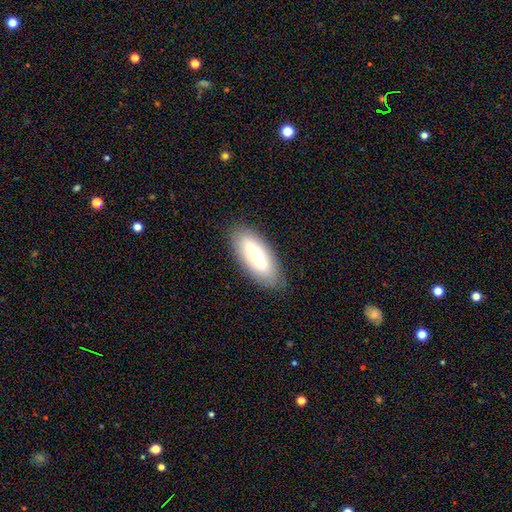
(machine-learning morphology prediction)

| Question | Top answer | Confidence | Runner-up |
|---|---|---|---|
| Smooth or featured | smooth | 54% | featured or disk (39%) |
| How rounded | in between | 63% | cigar-shaped (35%) |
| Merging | none | 82% | minor disturbance (12%) |